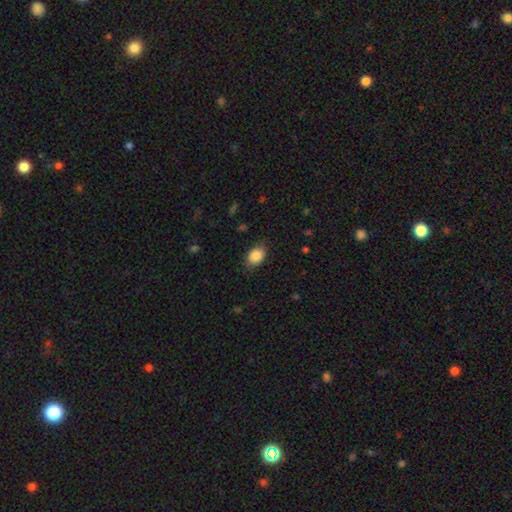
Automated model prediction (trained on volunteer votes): Q: Smooth or featured?
A: smooth (85%); runner-up: star or artifact (8%)
Q: How rounded?
A: in between (73%); runner-up: round (26%)
Q: Merging?
A: none (78%); runner-up: minor disturbance (17%)